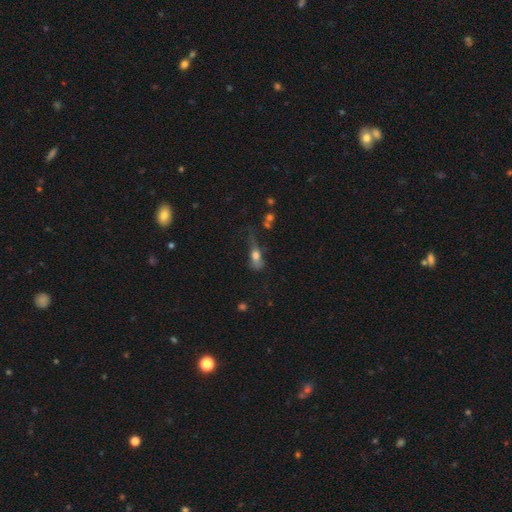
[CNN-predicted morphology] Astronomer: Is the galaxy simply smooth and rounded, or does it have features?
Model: smooth — 63%.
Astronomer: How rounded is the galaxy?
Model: in between — 61%.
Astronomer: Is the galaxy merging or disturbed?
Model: major disturbance — 39% (runner-up: none, 27%).